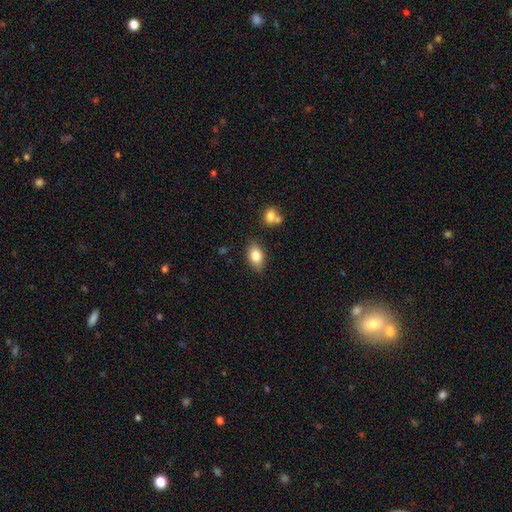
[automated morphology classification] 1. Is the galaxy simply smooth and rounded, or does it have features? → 82% smooth, 10% featured or disk, 8% star or artifact.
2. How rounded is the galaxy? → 87% in between, 10% round, 3% cigar-shaped.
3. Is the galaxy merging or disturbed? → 82% none, 12% minor disturbance, 4% merger, 3% major disturbance.